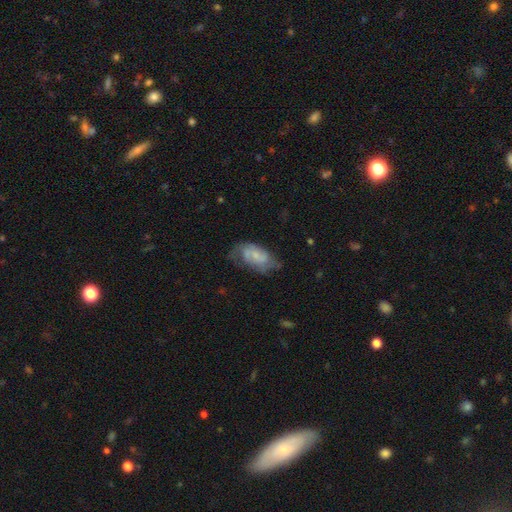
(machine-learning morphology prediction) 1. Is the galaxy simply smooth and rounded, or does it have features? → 51% featured or disk, 41% smooth, 8% star or artifact.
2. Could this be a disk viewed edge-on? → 95% no, 5% yes.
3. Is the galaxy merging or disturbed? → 48% none, 30% minor disturbance, 20% major disturbance, 2% merger.